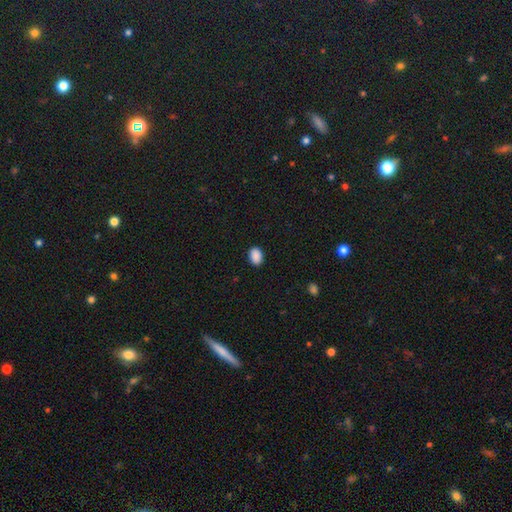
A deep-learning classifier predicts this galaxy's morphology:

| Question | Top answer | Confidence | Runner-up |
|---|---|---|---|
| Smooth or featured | smooth | 90% | star or artifact (8%) |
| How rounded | in between | 79% | round (20%) |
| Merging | none | 88% | minor disturbance (9%) |